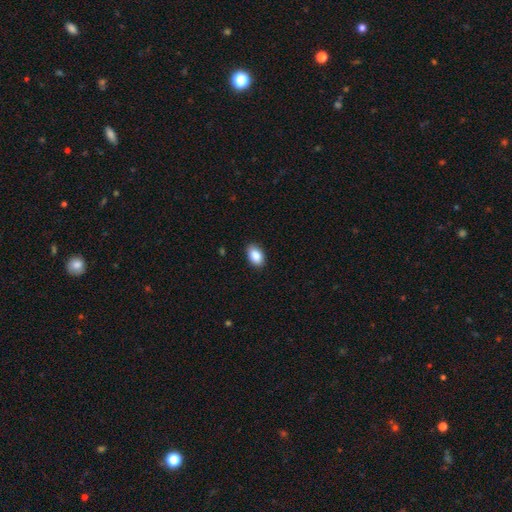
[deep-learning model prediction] Smooth or featured? smooth (88%)
How rounded? in between (91%)
Merging? none (88%)